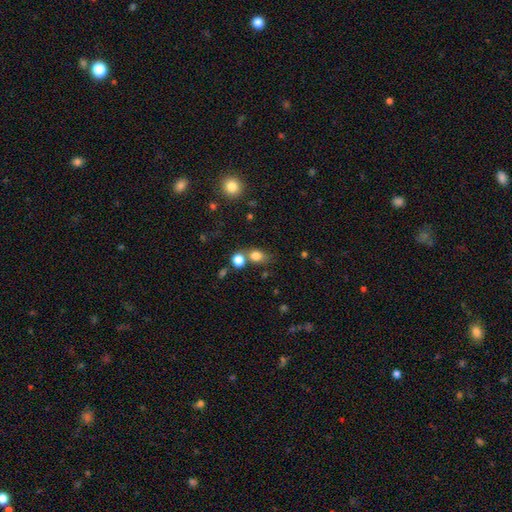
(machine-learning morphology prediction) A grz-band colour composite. It shows a smooth galaxy with no disk features (79%) that is in between round and cigar-shaped (53%). Merging: none (54%).